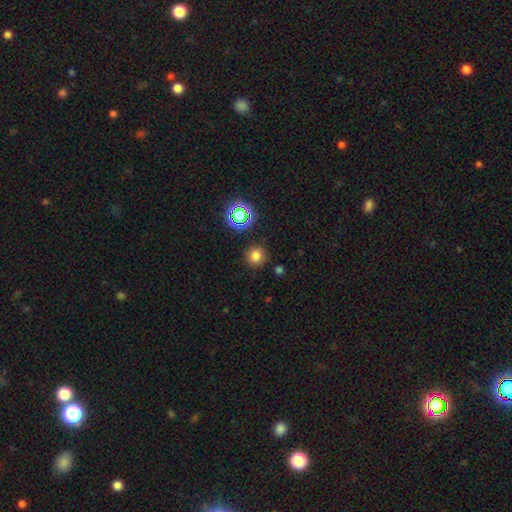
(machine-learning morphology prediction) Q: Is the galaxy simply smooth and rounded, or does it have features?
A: smooth — 76%.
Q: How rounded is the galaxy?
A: round — 94%.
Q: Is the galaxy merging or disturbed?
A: none — 88%.